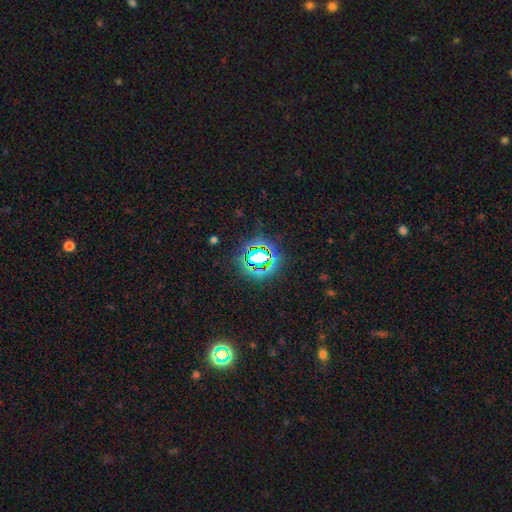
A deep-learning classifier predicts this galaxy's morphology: Smooth or featured? star or artifact (80%)